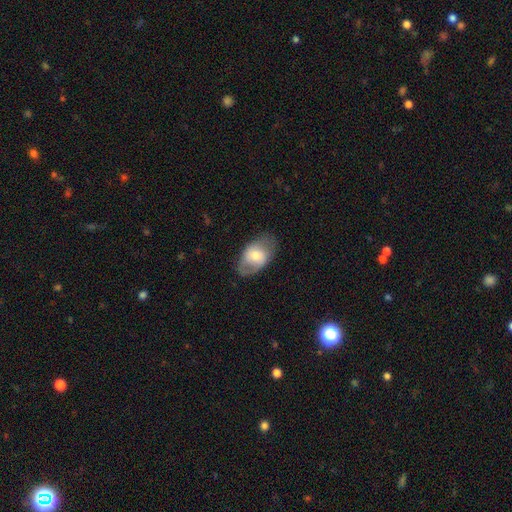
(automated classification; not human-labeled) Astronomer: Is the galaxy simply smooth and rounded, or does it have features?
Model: smooth — 53% (runner-up: featured or disk, 40%).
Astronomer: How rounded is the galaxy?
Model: in between — 85%.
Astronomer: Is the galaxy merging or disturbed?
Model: none — 72%.